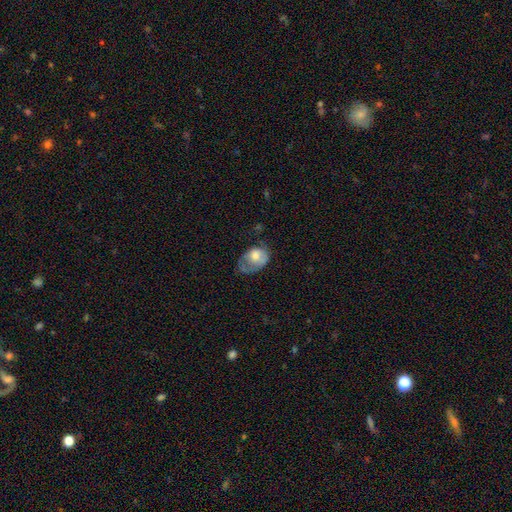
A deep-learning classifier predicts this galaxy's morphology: type=smooth (63%); roundness=in between (79%); merging=minor disturbance (36%).